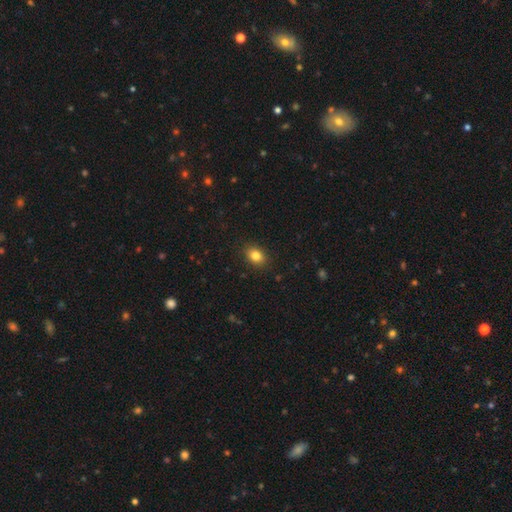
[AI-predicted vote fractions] smooth_or_featured: smooth (p=0.83) [alt: star or artifact p=0.11]
how_rounded: in between (p=0.66) [alt: round p=0.33]
merging: none (p=0.88) [alt: minor disturbance p=0.08]